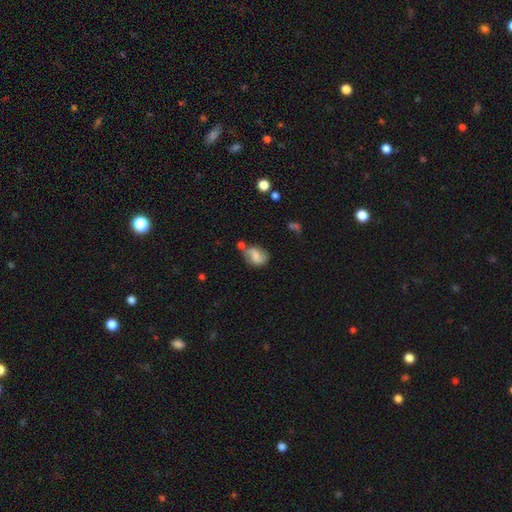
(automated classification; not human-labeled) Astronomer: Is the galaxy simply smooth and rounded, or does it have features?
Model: smooth — 58%.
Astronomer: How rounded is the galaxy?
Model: in between — 71%.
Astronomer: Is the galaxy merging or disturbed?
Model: none — 50% (runner-up: minor disturbance, 25%).